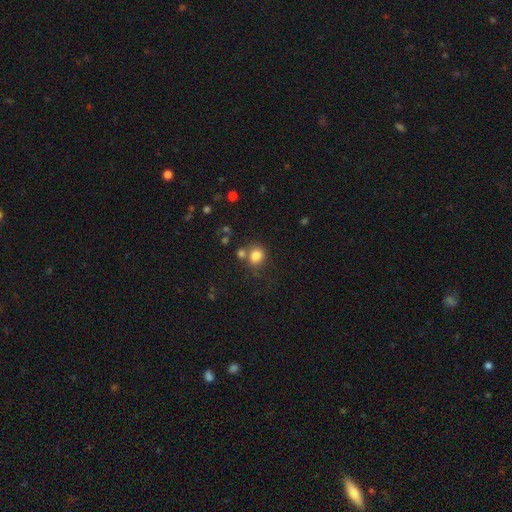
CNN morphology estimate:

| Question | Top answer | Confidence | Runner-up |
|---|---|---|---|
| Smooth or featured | smooth | 82% | star or artifact (11%) |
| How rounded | round | 68% | in between (31%) |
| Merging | none | 58% | merger (21%) |